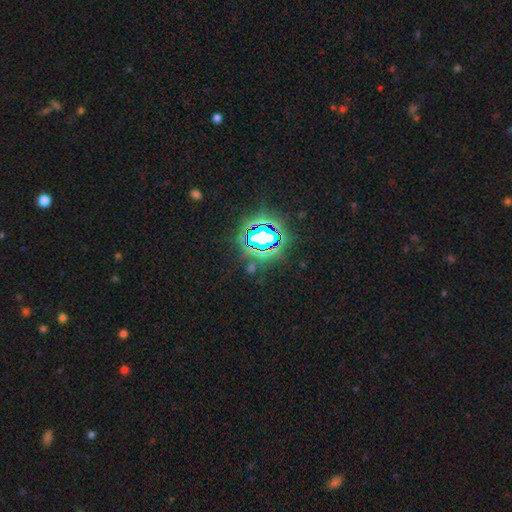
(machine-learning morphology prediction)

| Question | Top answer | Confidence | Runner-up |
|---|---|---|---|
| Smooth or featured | star or artifact | 82% | smooth (12%) |